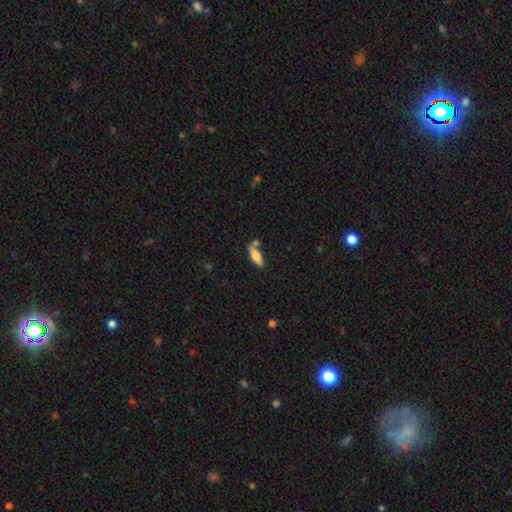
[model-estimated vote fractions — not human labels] Smooth or featured? smooth (69%)
How rounded? in between (57%)
Merging? none (62%)